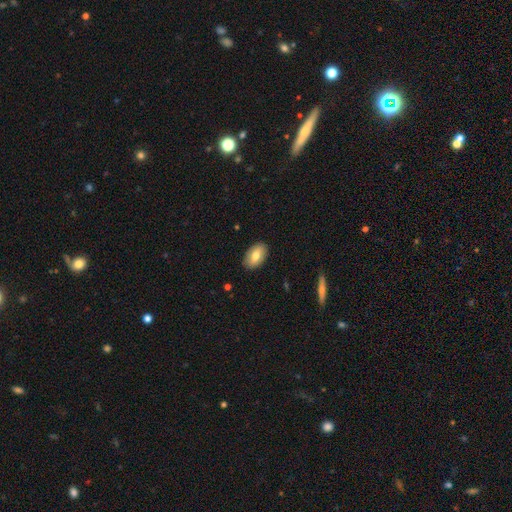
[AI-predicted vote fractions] This is likely a smooth galaxy (73%). How rounded: clearly in between (93%). Merging: clearly none (88%).